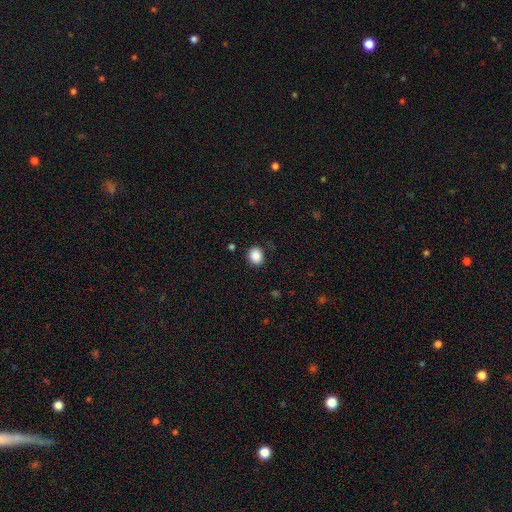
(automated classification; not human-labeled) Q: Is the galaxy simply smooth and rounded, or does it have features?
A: smooth — 88%.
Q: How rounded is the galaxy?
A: round — 67%.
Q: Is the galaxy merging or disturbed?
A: none — 85%.